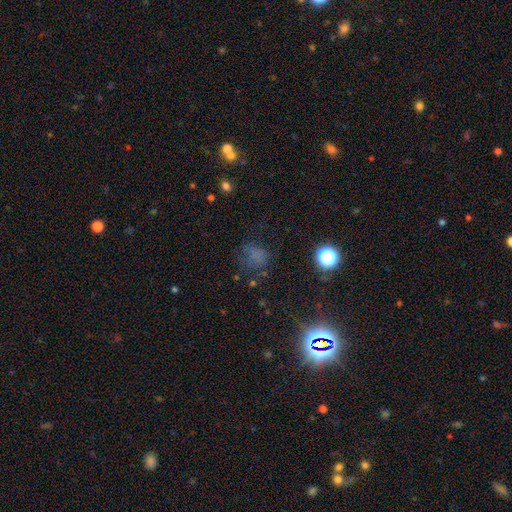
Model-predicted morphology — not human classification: A smooth galaxy with no disk features (55%) that is round (69%). Merging: none (59%).